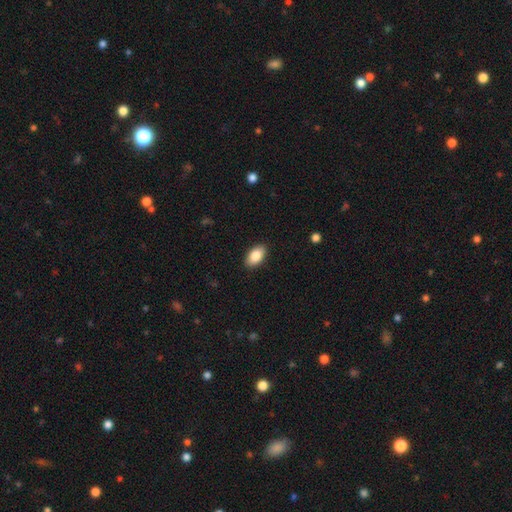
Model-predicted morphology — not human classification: A smooth galaxy with no disk features (86%) that is in between round and cigar-shaped (94%). Merging: none (89%).